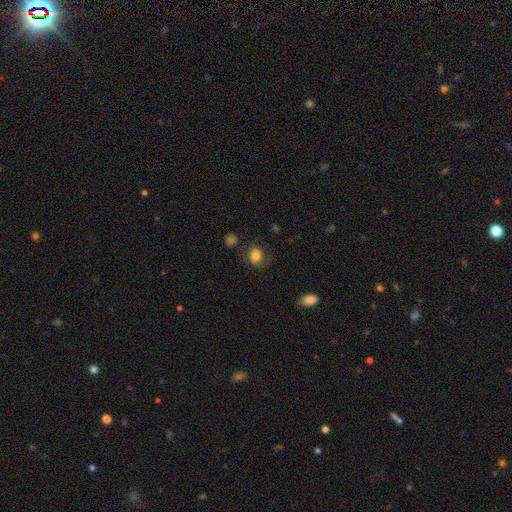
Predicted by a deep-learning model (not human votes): Smooth or featured? smooth (76%)
How rounded? round (50%)
Merging? none (68%)